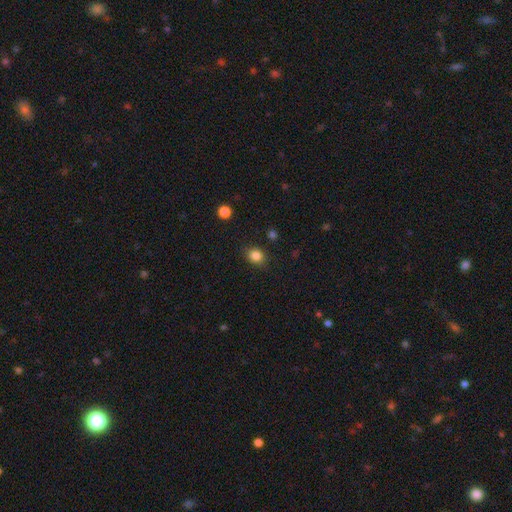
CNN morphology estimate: The model was most divided on "how rounded": round: 57%, in between: 42%, cigar-shaped: 1%. More confident: merging — none (84%); smooth or featured — smooth (84%).